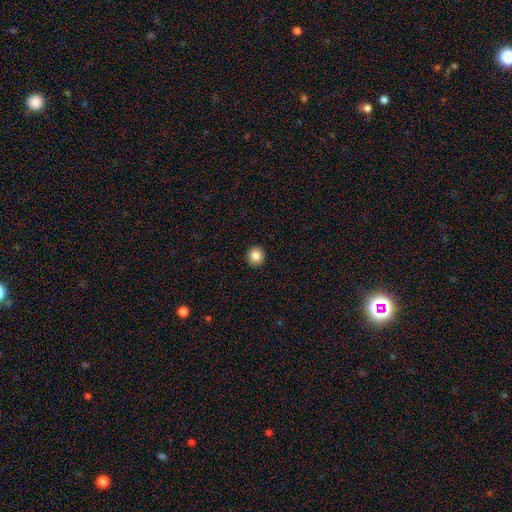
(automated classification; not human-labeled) smooth-or-featured: smooth: 86% | star or artifact: 10% | featured or disk: 4%
  how-rounded: round: 93% | in between: 6% | cigar-shaped: 1%
  merging: none: 93% | minor disturbance: 4% | major disturbance: 1% | merger: 1%